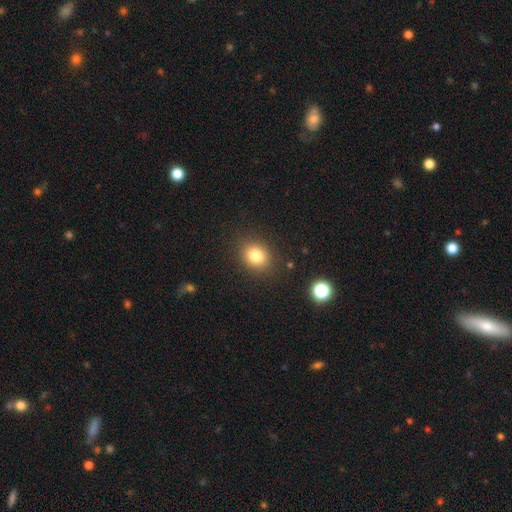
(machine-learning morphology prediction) The model was most divided on "how rounded": round: 65%, in between: 34%, cigar-shaped: 1%. More confident: merging — none (87%); smooth or featured — smooth (80%).